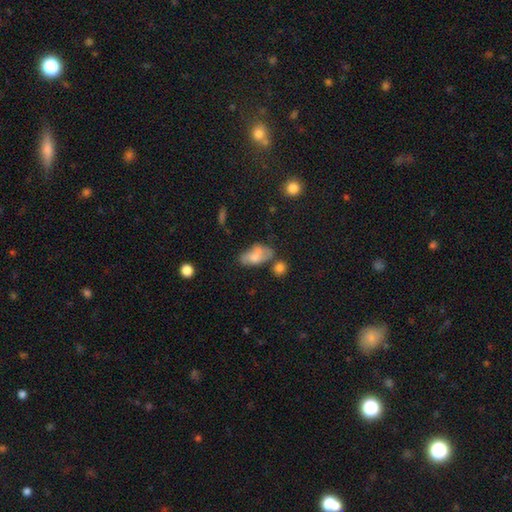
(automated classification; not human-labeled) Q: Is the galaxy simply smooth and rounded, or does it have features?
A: smooth — 63%.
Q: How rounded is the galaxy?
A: in between — 90%.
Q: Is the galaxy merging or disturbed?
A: none — 39%.